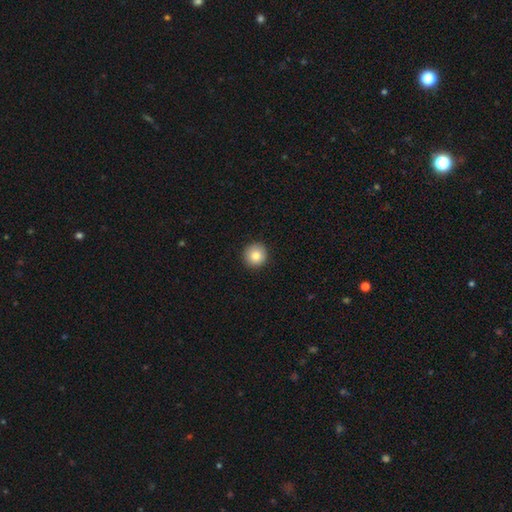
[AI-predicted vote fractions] A smooth galaxy with no disk features (84%) that is round (95%).

Vote fractions:
- Smooth or featured? smooth: 84% / star or artifact: 9% / featured or disk: 7%
- How rounded? round: 95% / in between: 4% / cigar-shaped: 1%
- Merging? none: 92% / minor disturbance: 5% / major disturbance: 2% / merger: 1%